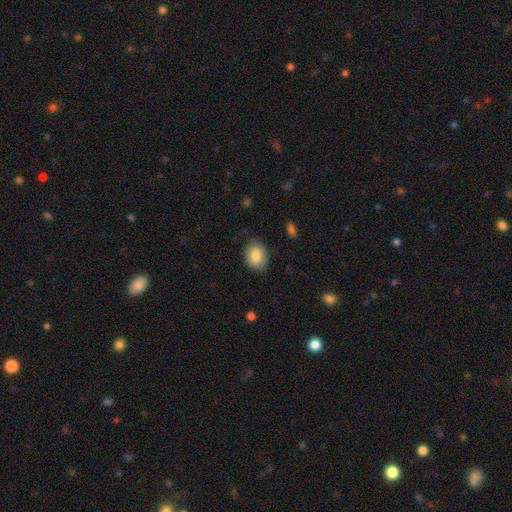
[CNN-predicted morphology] The model was most divided on "how rounded": in between: 63%, round: 36%, cigar-shaped: 1%. More confident: smooth or featured — smooth (84%); merging — none (82%).